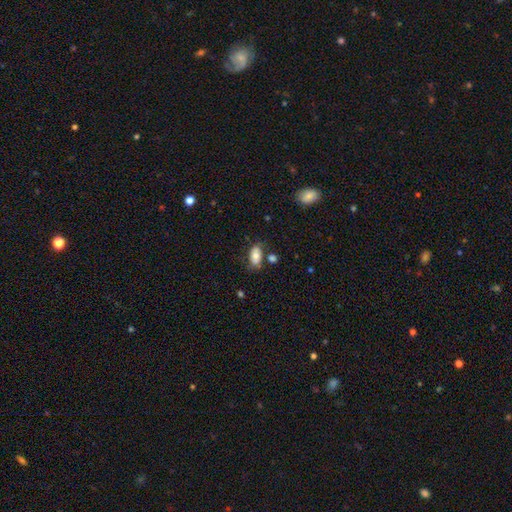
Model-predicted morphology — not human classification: A smooth galaxy with no disk features (77%) that is in between round and cigar-shaped (92%).

Vote fractions:
- Smooth or featured? smooth: 77% / featured or disk: 15% / star or artifact: 8%
- How rounded? in between: 92% / round: 5% / cigar-shaped: 3%
- Merging? none: 64% / minor disturbance: 20% / merger: 9% / major disturbance: 6%